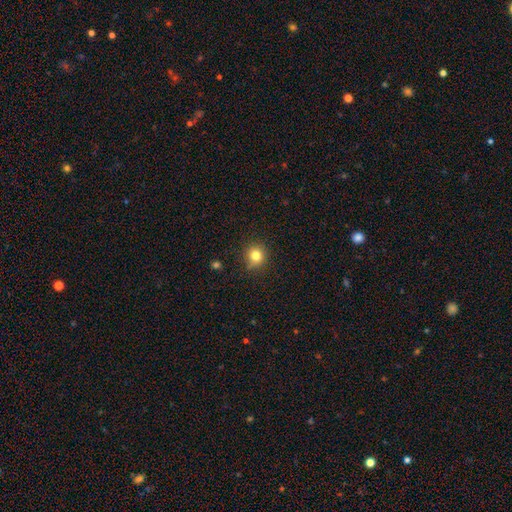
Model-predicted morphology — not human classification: A smooth galaxy with no disk features (81%) that is round (88%). Merging: none (82%).